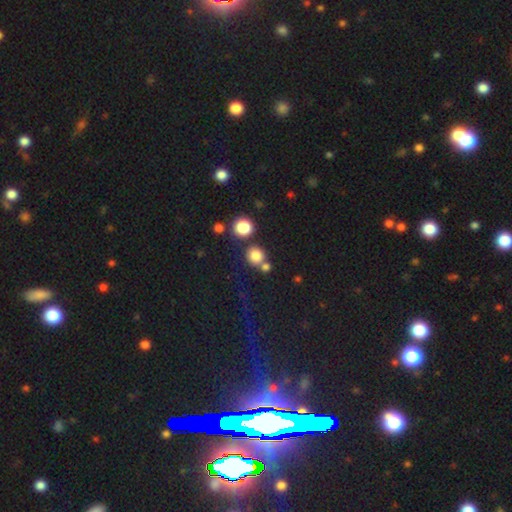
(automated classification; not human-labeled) smooth-or-featured: smooth: 79% | star or artifact: 15% | featured or disk: 6%
  how-rounded: round: 86% | in between: 13% | cigar-shaped: 1%
  merging: none: 64% | merger: 24% | minor disturbance: 8% | major disturbance: 4%